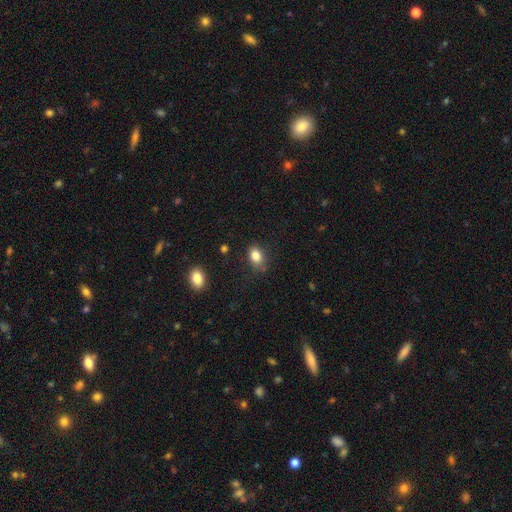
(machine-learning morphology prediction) A smooth galaxy with no disk features (85%) that is in between round and cigar-shaped (71%).

Vote fractions:
- Smooth or featured? smooth: 85% / star or artifact: 10% / featured or disk: 6%
- How rounded? in between: 71% / round: 27% / cigar-shaped: 1%
- Merging? none: 75% / minor disturbance: 18% / major disturbance: 5% / merger: 2%